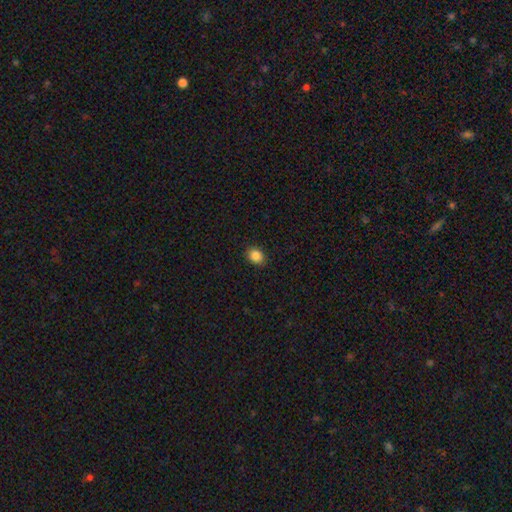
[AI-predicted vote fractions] A smooth galaxy with no disk features (87%) that is in between round and cigar-shaped (54%).

Vote fractions:
- Smooth or featured? smooth: 87% / star or artifact: 10% / featured or disk: 4%
- How rounded? in between: 54% / round: 46% / cigar-shaped: 1%
- Merging? none: 89% / minor disturbance: 8% / major disturbance: 2% / merger: 1%